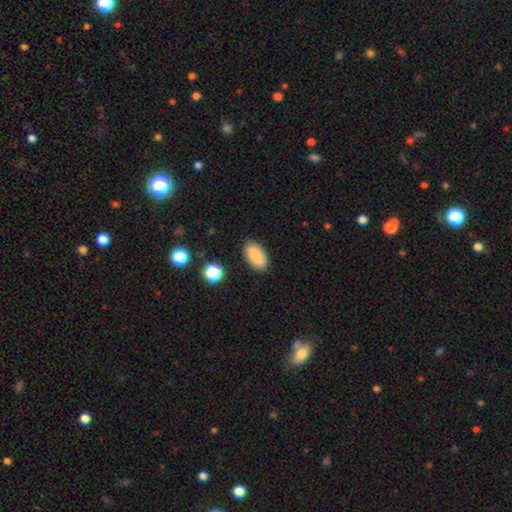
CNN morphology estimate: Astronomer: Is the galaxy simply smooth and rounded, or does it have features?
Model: smooth — 77%.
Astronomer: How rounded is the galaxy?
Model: in between — 93%.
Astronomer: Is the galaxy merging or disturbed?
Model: none — 85%.